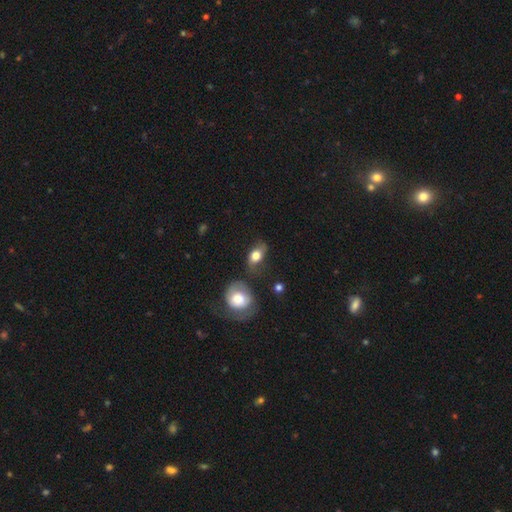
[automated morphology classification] Smooth or featured? Predicted: smooth (p=0.68). How rounded? Predicted: in between (p=0.77). Merging? Predicted: none (p=0.52).